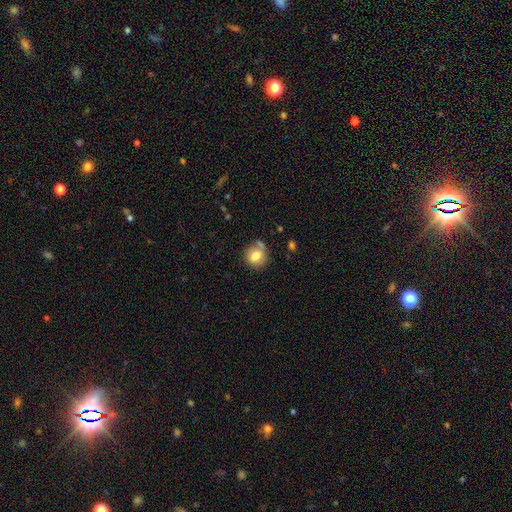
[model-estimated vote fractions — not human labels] Morphology: type=smooth (77%); roundness=round (82%); merging=none (65%).